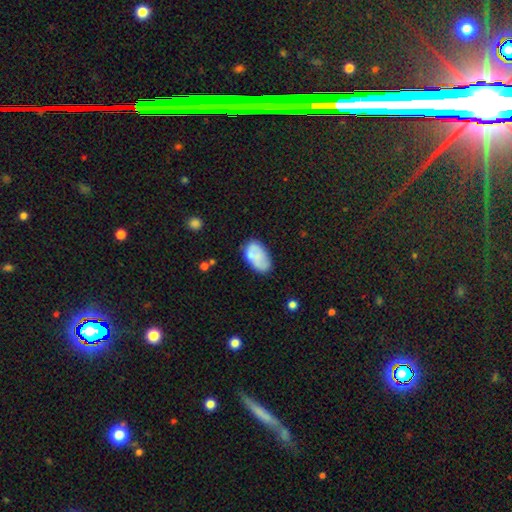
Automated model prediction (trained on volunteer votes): The model was most divided on "merging": none: 62%, minor disturbance: 25%, major disturbance: 7%, merger: 6%. More confident: how rounded — in between (94%); smooth or featured — smooth (74%).